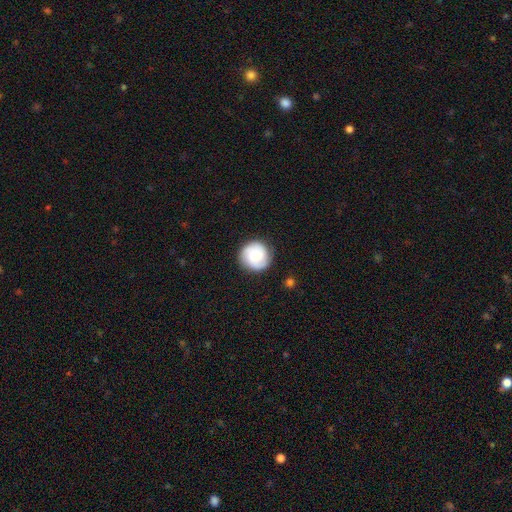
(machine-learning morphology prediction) smooth 49%, featured or disk 43%, star or artifact 7%. Down the decision tree: merging — none (86%).